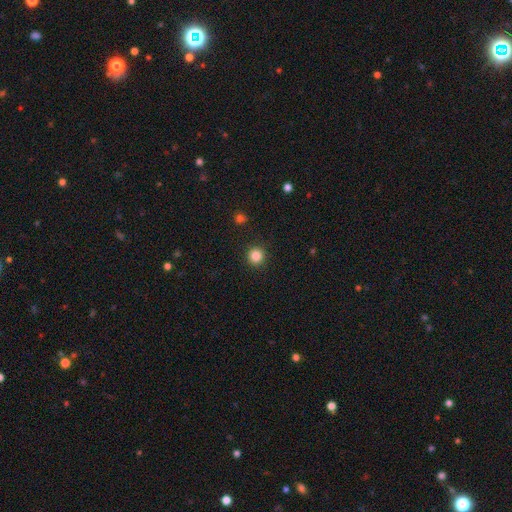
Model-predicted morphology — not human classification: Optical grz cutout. It shows a smooth galaxy with no disk features (85%) that is round (94%). Merging: none (92%).